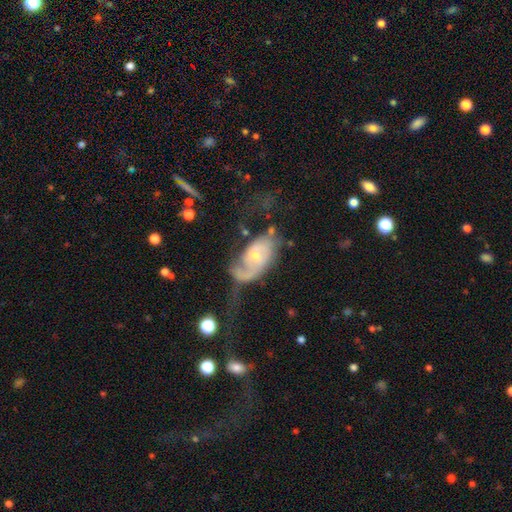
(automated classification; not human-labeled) The model was most divided on "spiral winding": medium: 37%, loose: 36%, tight: 27%. Remaining: edge-on disk — no (95%); spiral arms — yes (84%); smooth or featured — featured or disk (73%); bar — no (63%); bulge size — small (50%); spiral arm count — 2 (46%); merging — major disturbance (41%).